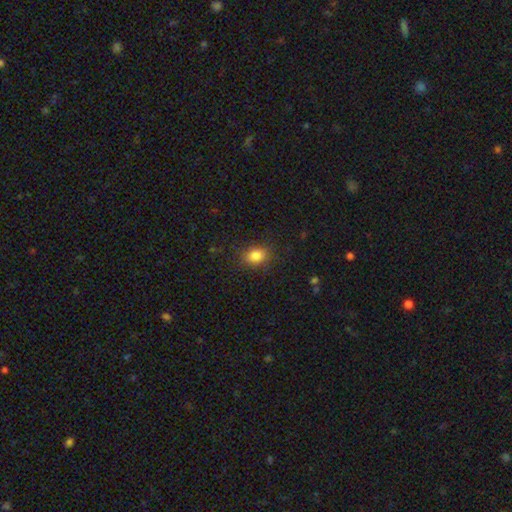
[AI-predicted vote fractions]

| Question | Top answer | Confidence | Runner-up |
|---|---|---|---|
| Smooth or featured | smooth | 85% | star or artifact (10%) |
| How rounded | in between | 66% | round (33%) |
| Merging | none | 86% | minor disturbance (10%) |